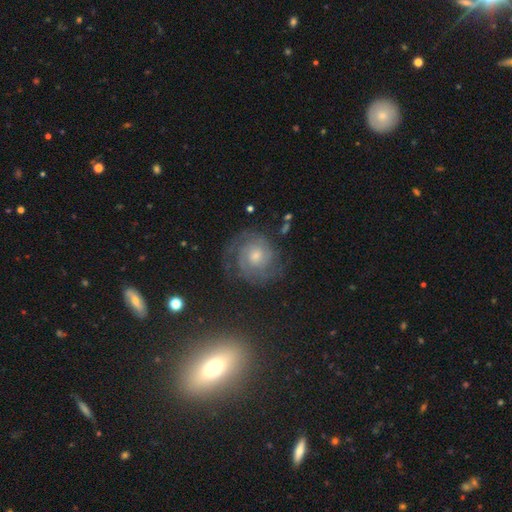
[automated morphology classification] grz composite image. It shows a featured or disk galaxy (79%) with no bar (70%), 2 (48%) tight (67%) spiral arms (96%) and a moderate central bulge (54%). Merging: none (77%).